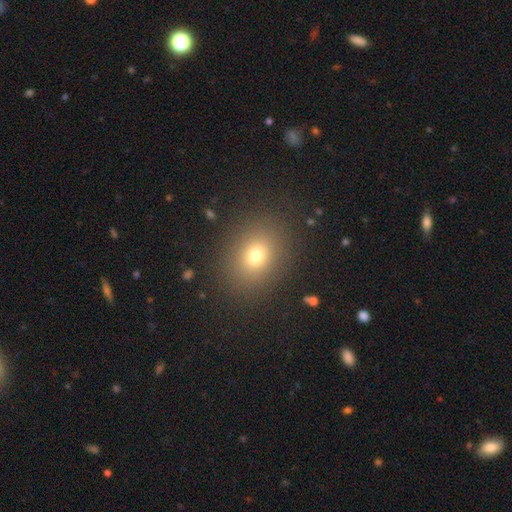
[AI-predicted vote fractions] A smooth galaxy with no disk features (72%) that is in between round and cigar-shaped (50%).

Vote fractions:
- Smooth or featured? smooth: 72% / star or artifact: 17% / featured or disk: 11%
- How rounded? in between: 50% / round: 49% / cigar-shaped: 1%
- Merging? none: 86% / minor disturbance: 9% / major disturbance: 4% / merger: 1%